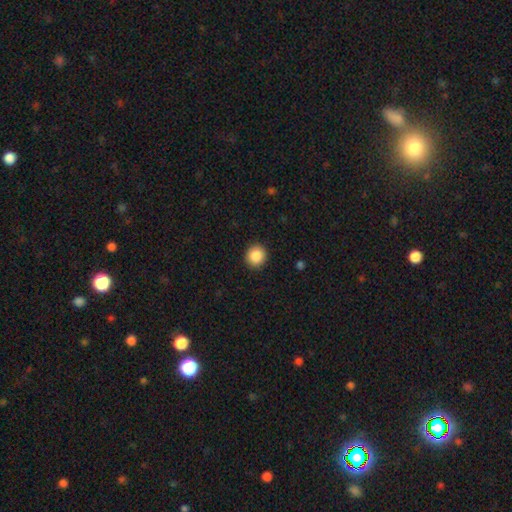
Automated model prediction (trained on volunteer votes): This is clearly a smooth galaxy (88%). How rounded: clearly round (87%). Merging: clearly none (92%).